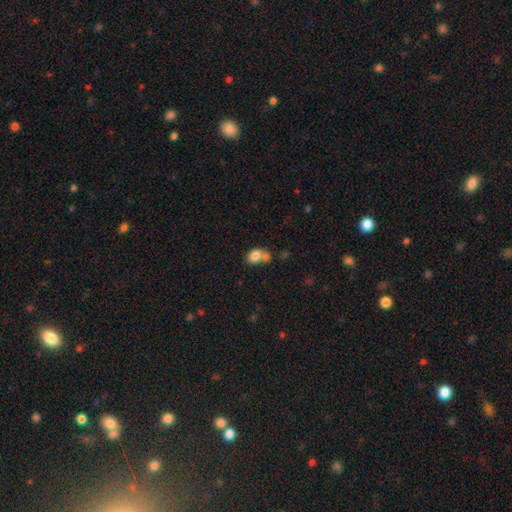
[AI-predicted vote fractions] Q: Smooth or featured?
A: smooth (81%); runner-up: featured or disk (10%)
Q: How rounded?
A: in between (70%); runner-up: round (29%)
Q: Merging?
A: merger (45%); runner-up: none (37%)